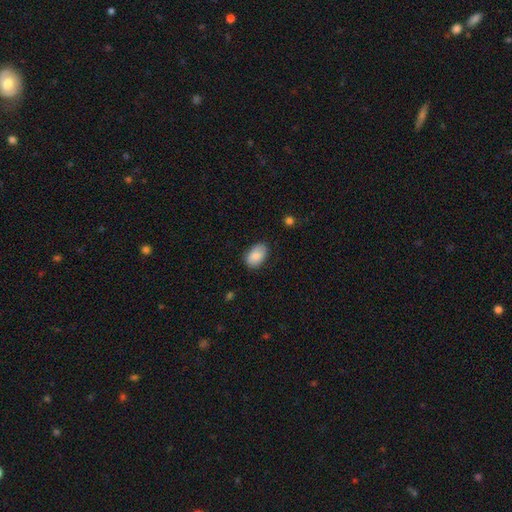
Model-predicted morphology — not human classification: Smooth or featured? Predicted: smooth (p=0.85). How rounded? Predicted: in between (p=0.91). Merging? Predicted: none (p=0.81).